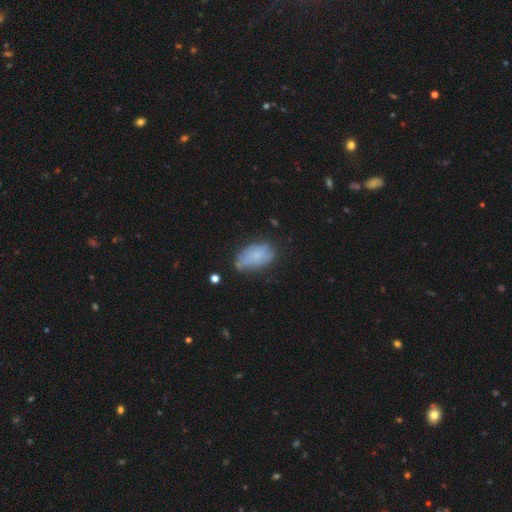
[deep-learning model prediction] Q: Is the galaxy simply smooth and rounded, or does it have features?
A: smooth — 57%.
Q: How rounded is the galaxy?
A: in between — 92%.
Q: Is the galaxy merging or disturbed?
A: none — 57%.